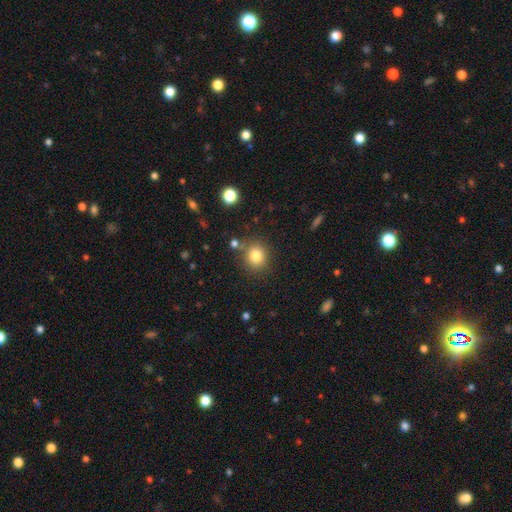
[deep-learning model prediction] The model was most divided on "how rounded": round: 84%, in between: 15%, cigar-shaped: 1%. More confident: smooth or featured — smooth (82%); merging — none (81%).